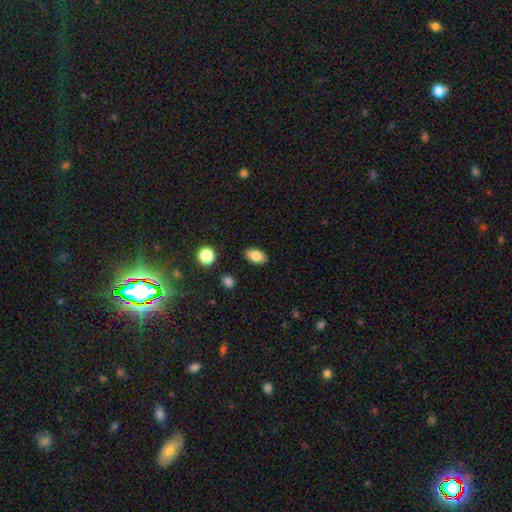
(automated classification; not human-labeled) Q: Smooth or featured?
A: smooth (84%); runner-up: star or artifact (8%)
Q: How rounded?
A: in between (91%); runner-up: round (8%)
Q: Merging?
A: none (87%); runner-up: minor disturbance (9%)